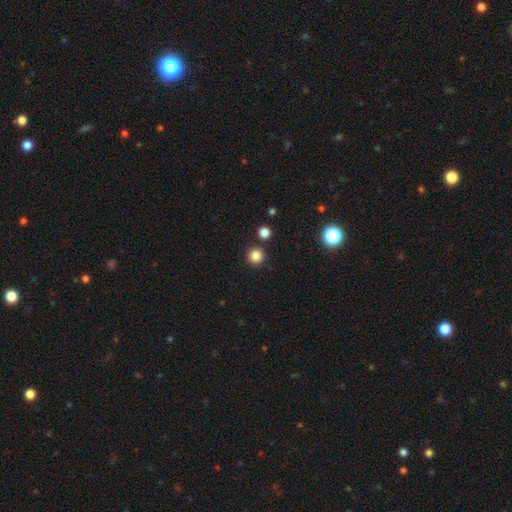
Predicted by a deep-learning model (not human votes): A smooth galaxy with no disk features (84%) that is round (95%). Merging: none (88%).